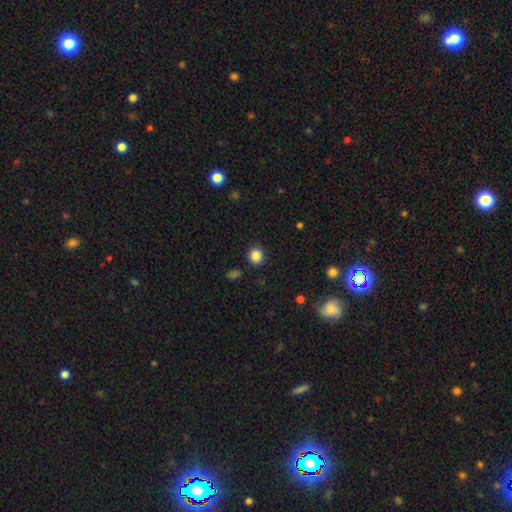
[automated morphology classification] A smooth galaxy with no disk features (86%) that is round (83%).

Vote fractions:
- Smooth or featured? smooth: 86% / star or artifact: 10% / featured or disk: 4%
- How rounded? round: 83% / in between: 16% / cigar-shaped: 1%
- Merging? none: 88% / minor disturbance: 8% / major disturbance: 3% / merger: 2%